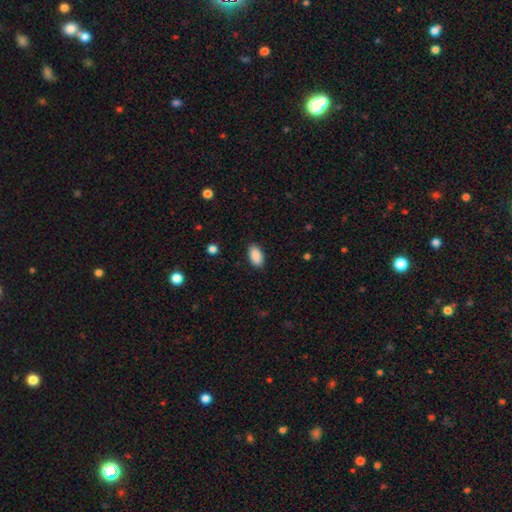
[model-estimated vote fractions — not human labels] This is clearly a smooth galaxy (90%). How rounded: clearly in between (94%). Merging: clearly none (88%).